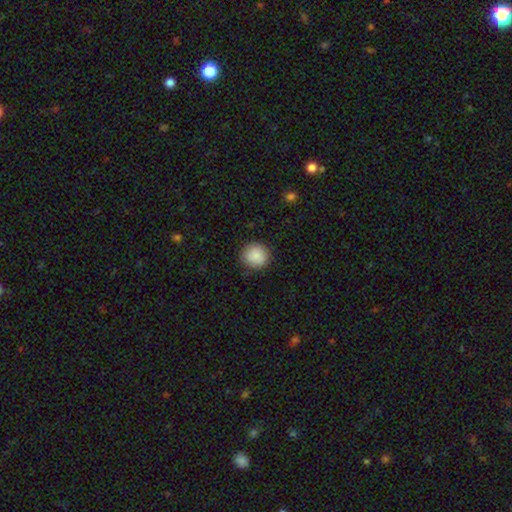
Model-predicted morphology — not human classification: This is clearly a smooth galaxy (87%). How rounded: clearly round (92%). Merging: clearly none (88%).